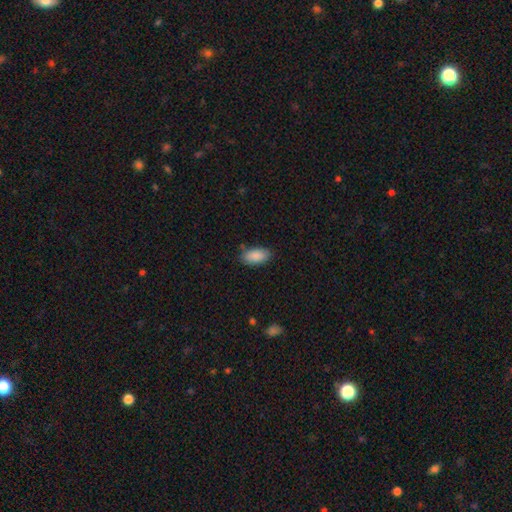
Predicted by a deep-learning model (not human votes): smooth_or_featured: smooth (p=0.89) [alt: star or artifact p=0.06]
how_rounded: in between (p=0.93) [alt: cigar-shaped p=0.04]
merging: none (p=0.82) [alt: minor disturbance p=0.13]